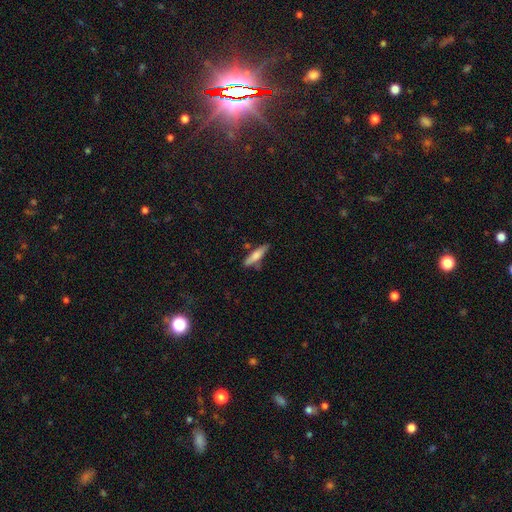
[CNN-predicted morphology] smooth 68%, featured or disk 26%, star or artifact 6%. Down the decision tree: how rounded — cigar-shaped (77%); merging — none (75%).